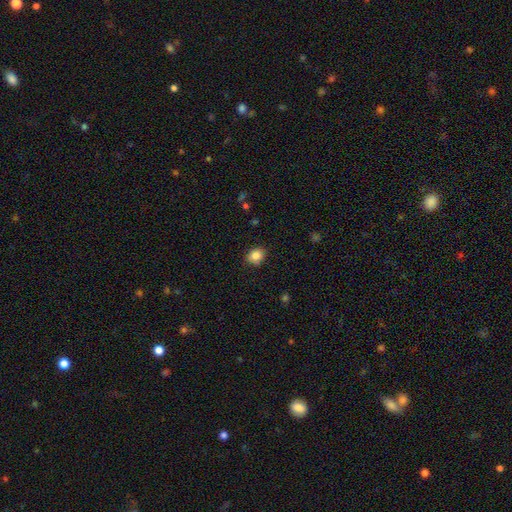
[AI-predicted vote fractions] The model was most divided on "how rounded": round: 65%, in between: 34%, cigar-shaped: 1%. More confident: merging — none (83%); smooth or featured — smooth (83%).